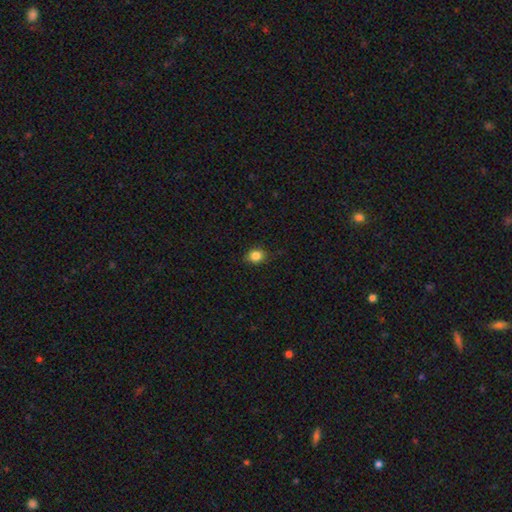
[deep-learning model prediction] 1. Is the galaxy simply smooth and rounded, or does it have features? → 84% smooth, 11% star or artifact, 5% featured or disk.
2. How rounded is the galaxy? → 59% round, 40% in between, 1% cigar-shaped.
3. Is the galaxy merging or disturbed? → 85% none, 12% minor disturbance, 2% major disturbance, 1% merger.